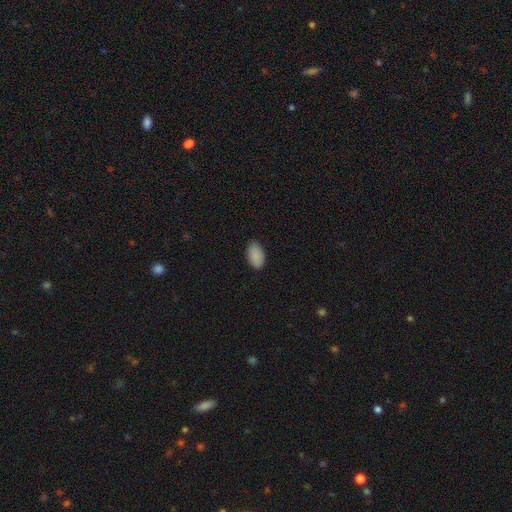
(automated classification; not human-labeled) This is clearly a smooth galaxy (89%). How rounded: clearly in between (93%). Merging: clearly none (85%).